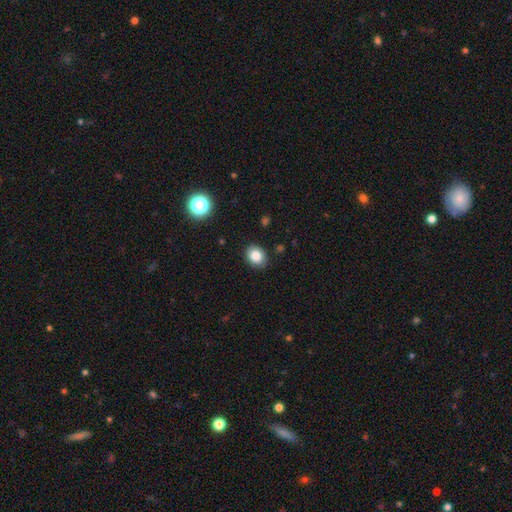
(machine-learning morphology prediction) This is clearly a smooth galaxy (83%). How rounded: possibly in between (50%). Merging: clearly none (87%).